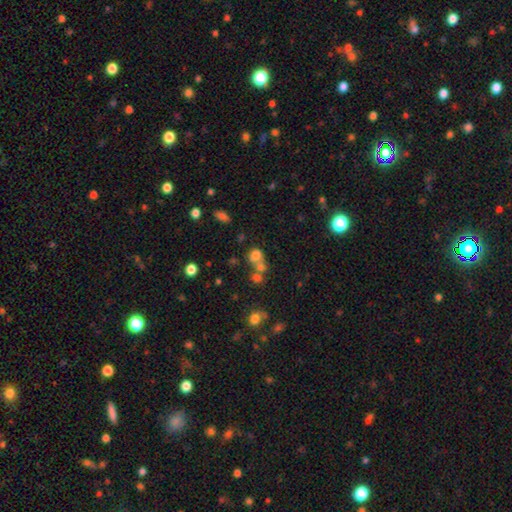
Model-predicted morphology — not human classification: smooth_or_featured: smooth (p=0.70) [alt: star or artifact p=0.17]
how_rounded: round (p=0.65) [alt: in between p=0.34]
merging: merger (p=0.47) [alt: none p=0.37]